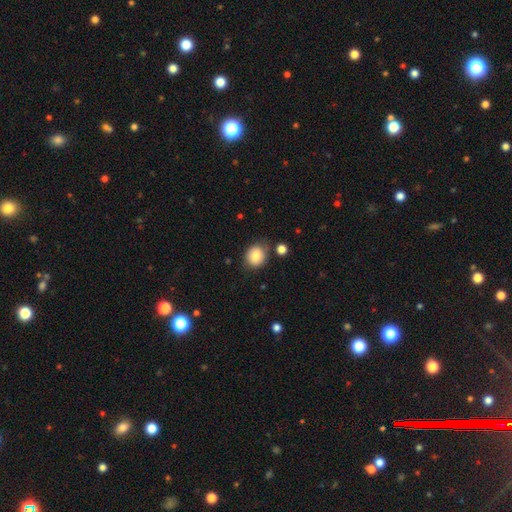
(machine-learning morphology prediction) smooth-or-featured: smooth: 83% | featured or disk: 9% | star or artifact: 8%
  how-rounded: round: 66% | in between: 34% | cigar-shaped: 1%
  merging: none: 77% | minor disturbance: 15% | merger: 5% | major disturbance: 4%